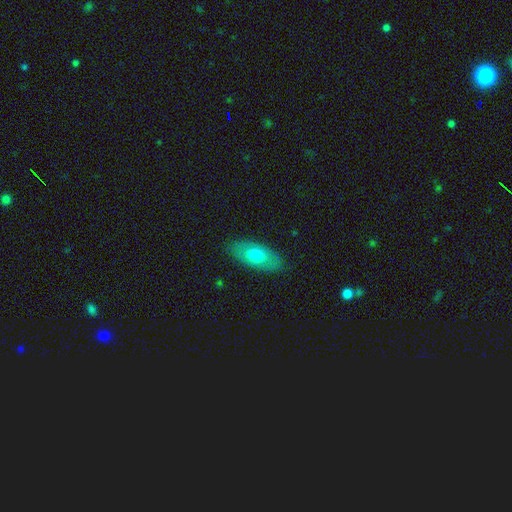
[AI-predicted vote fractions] smooth 66%, featured or disk 28%, star or artifact 6%. Down the decision tree: how rounded — in between (90%); merging — none (84%).